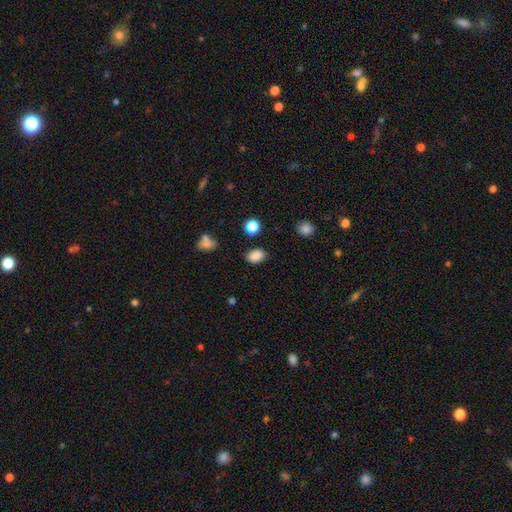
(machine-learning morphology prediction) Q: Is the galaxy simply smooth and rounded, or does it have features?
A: smooth — 86%.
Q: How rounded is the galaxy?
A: in between — 73%.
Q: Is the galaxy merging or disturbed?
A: none — 85%.